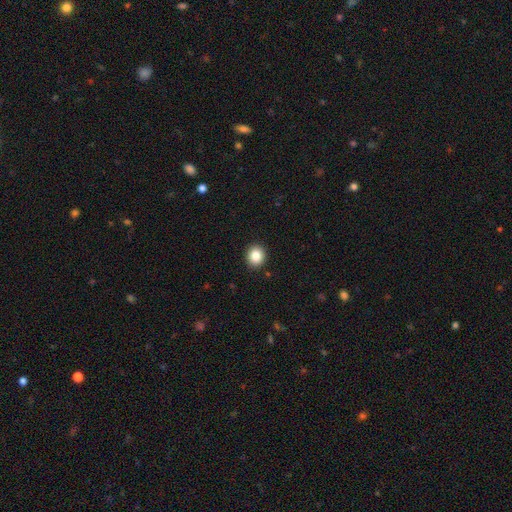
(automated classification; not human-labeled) smooth_or_featured: smooth (p=0.86) [alt: star or artifact p=0.09]
how_rounded: round (p=0.79) [alt: in between p=0.20]
merging: none (p=0.92) [alt: minor disturbance p=0.06]